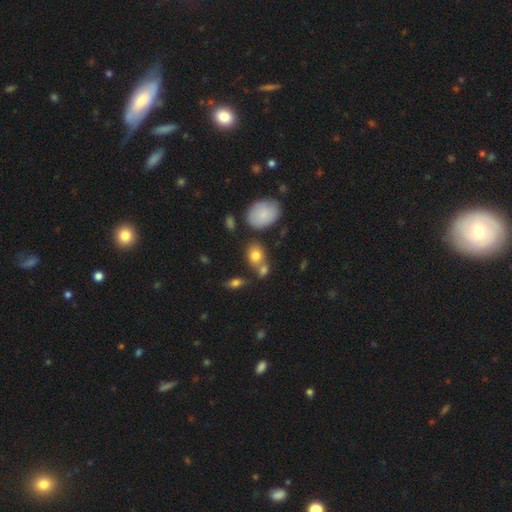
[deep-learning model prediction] Smooth or featured?
  - smooth: 76% *
  - featured or disk: 13%
  - star or artifact: 11%
How rounded?
  - in between: 63% *
  - round: 35%
  - cigar-shaped: 2%
Merging?
  - none: 53% *
  - merger: 28%
  - minor disturbance: 14%
  - major disturbance: 5%